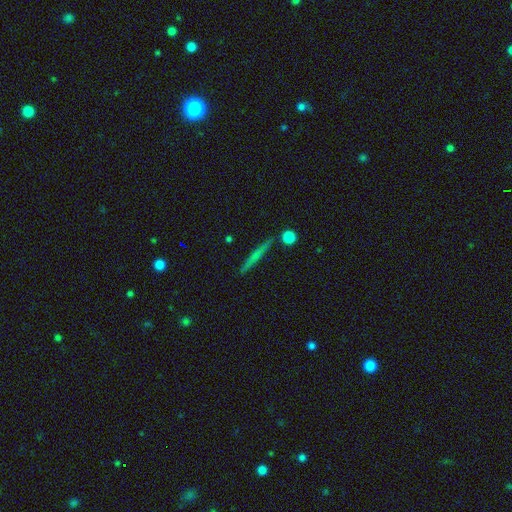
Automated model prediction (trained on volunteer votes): This appears to be a smooth galaxy with no disk features (48%). Merging: none (87%).